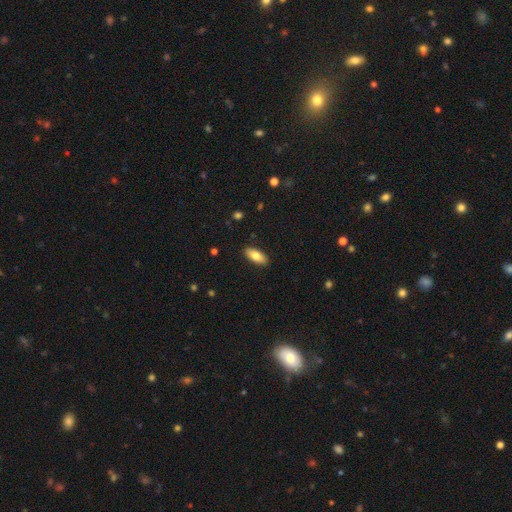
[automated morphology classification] A smooth galaxy with no disk features (80%) that is in between round and cigar-shaped (87%).

Vote fractions:
- Smooth or featured? smooth: 80% / featured or disk: 13% / star or artifact: 6%
- How rounded? in between: 87% / cigar-shaped: 11% / round: 2%
- Merging? none: 89% / minor disturbance: 8% / major disturbance: 2% / merger: 1%